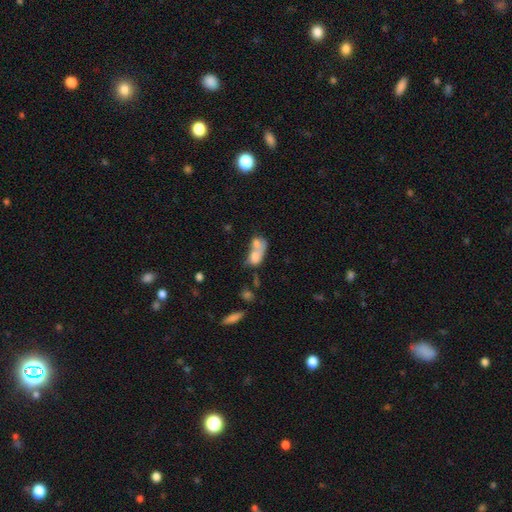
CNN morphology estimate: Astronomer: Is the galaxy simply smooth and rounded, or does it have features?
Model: smooth — 68%.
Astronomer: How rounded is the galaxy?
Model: in between — 77%.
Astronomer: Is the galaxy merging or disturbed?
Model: merger — 68%.